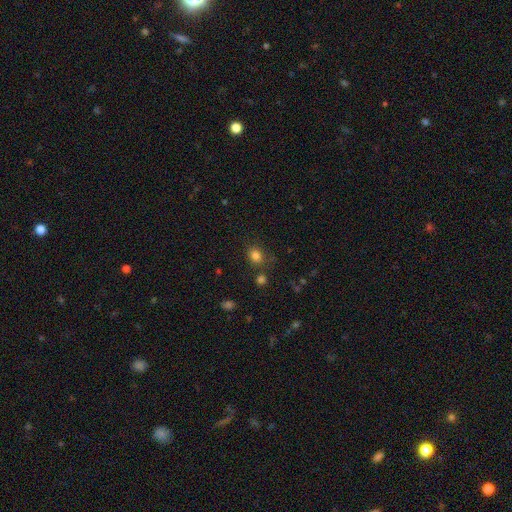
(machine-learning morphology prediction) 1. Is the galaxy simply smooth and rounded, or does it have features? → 81% smooth, 14% star or artifact, 5% featured or disk.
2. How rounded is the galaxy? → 56% round, 43% in between, 1% cigar-shaped.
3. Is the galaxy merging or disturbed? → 76% none, 13% minor disturbance, 7% merger, 5% major disturbance.